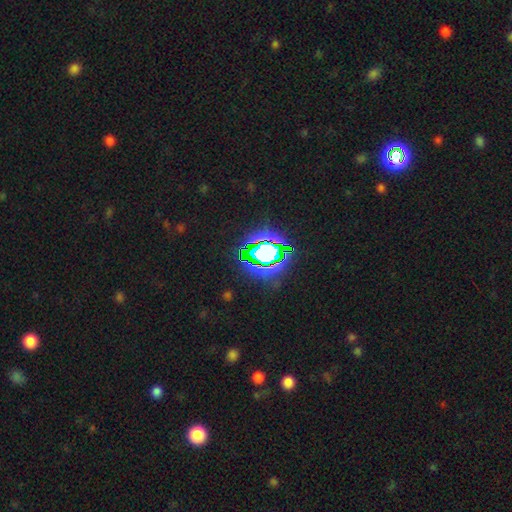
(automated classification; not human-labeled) Smooth or featured? star or artifact (69%)